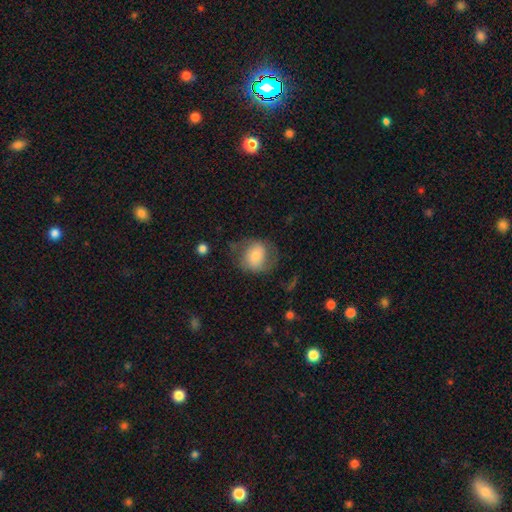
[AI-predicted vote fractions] Q: Smooth or featured?
A: smooth (53%); runner-up: featured or disk (39%)
Q: How rounded?
A: round (66%); runner-up: in between (33%)
Q: Merging?
A: none (57%); runner-up: minor disturbance (23%)